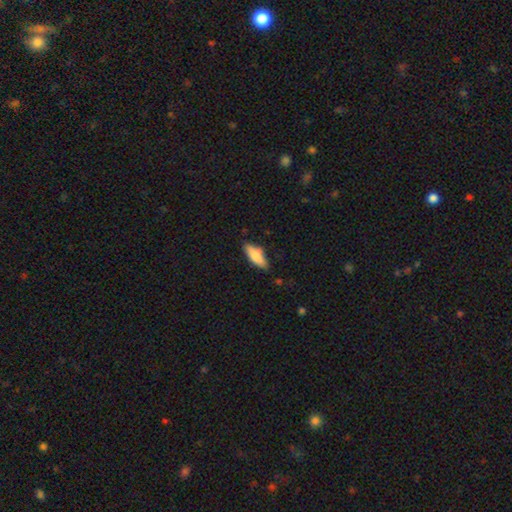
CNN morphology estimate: This is likely a smooth galaxy (76%). How rounded: likely in between (62%). Merging: likely none (79%).